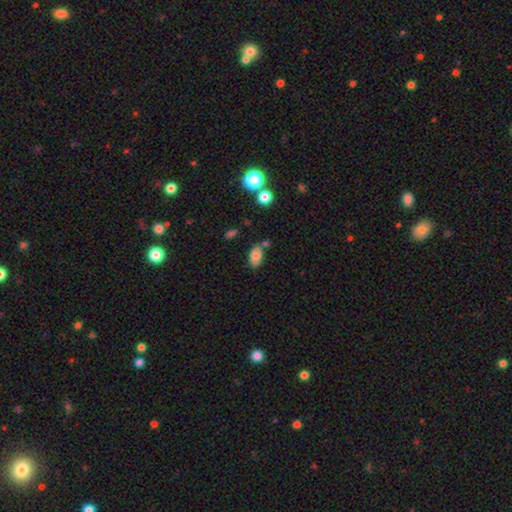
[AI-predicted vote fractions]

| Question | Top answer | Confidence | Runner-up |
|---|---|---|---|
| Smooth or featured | smooth | 75% | featured or disk (16%) |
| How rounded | in between | 90% | round (8%) |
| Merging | none | 64% | minor disturbance (19%) |